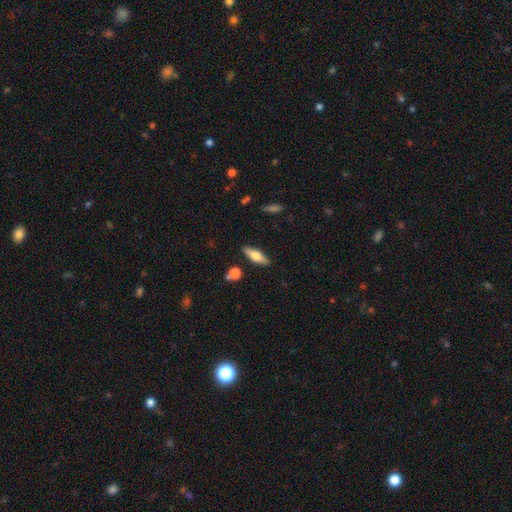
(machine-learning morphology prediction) A smooth galaxy with no disk features (58%) that is in between round and cigar-shaped (49%).

Vote fractions:
- Smooth or featured? smooth: 58% / featured or disk: 35% / star or artifact: 7%
- How rounded? in between: 49% / cigar-shaped: 48% / round: 3%
- Merging? none: 87% / minor disturbance: 9% / merger: 3% / major disturbance: 2%